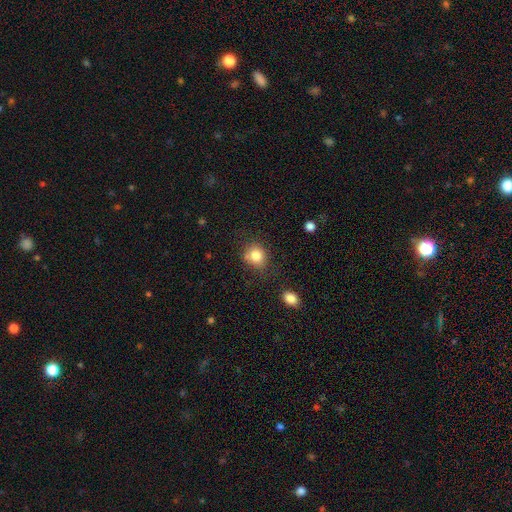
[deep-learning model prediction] A smooth galaxy with no disk features (83%) that is round (72%).

Vote fractions:
- Smooth or featured? smooth: 83% / star or artifact: 10% / featured or disk: 7%
- How rounded? round: 72% / in between: 27% / cigar-shaped: 1%
- Merging? none: 70% / minor disturbance: 19% / merger: 6% / major disturbance: 5%